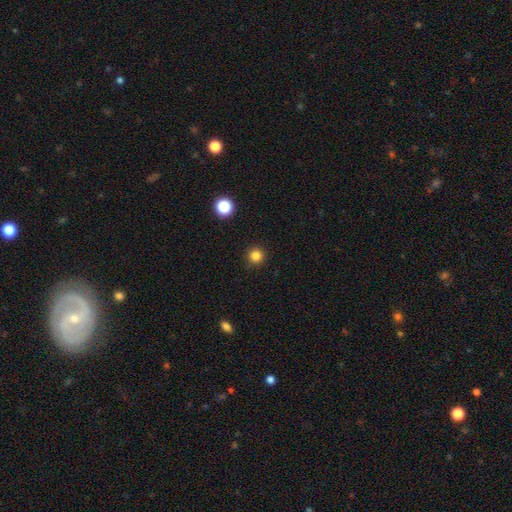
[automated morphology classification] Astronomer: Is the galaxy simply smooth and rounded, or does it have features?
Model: smooth — 83%.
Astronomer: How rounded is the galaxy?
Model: round — 96%.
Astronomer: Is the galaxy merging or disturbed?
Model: none — 92%.